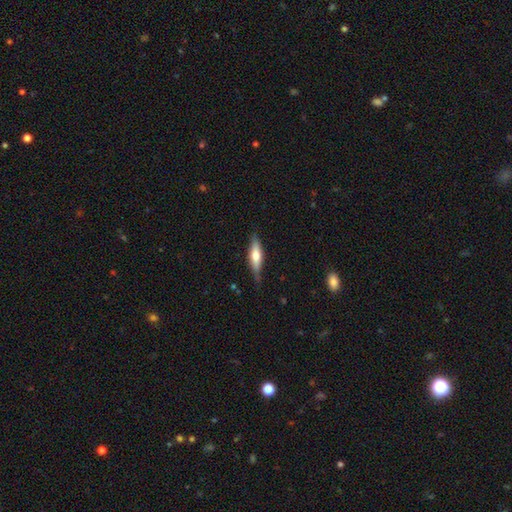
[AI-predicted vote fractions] Smooth or featured? Predicted: smooth (p=0.50). Merging? Predicted: none (p=0.78).